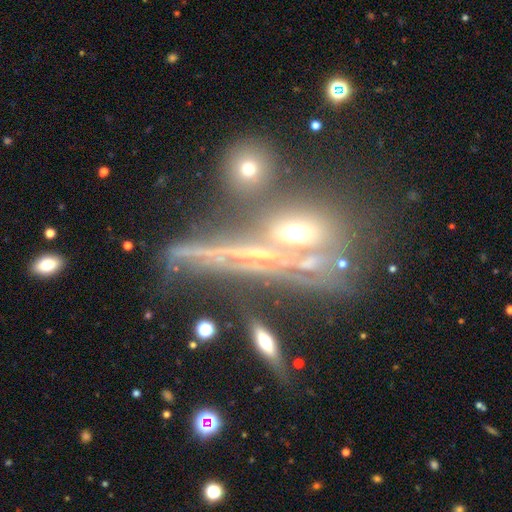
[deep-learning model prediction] The model was most divided on "merging": none: 53%, merger: 21%, minor disturbance: 15%, major disturbance: 10%. More confident: edge-on disk — yes (70%); smooth or featured — featured or disk (60%).